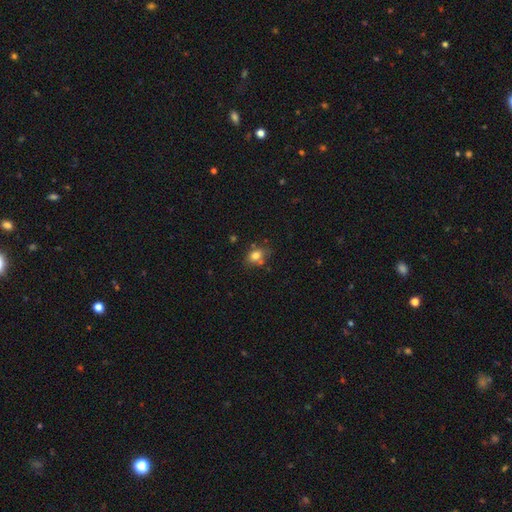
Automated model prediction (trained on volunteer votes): Overall: smooth (78%). How rounded: in between (51%; round 48%). Merging: none (62%).